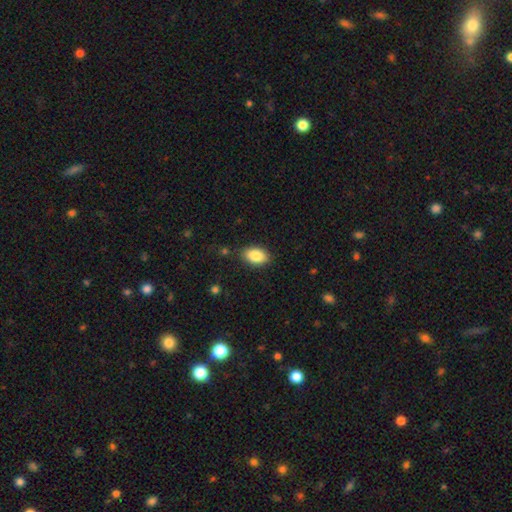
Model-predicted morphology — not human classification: A smooth galaxy with no disk features (86%) that is in between round and cigar-shaped (91%).

Vote fractions:
- Smooth or featured? smooth: 86% / star or artifact: 7% / featured or disk: 6%
- How rounded? in between: 91% / round: 7% / cigar-shaped: 2%
- Merging? none: 85% / minor disturbance: 10% / major disturbance: 3% / merger: 2%